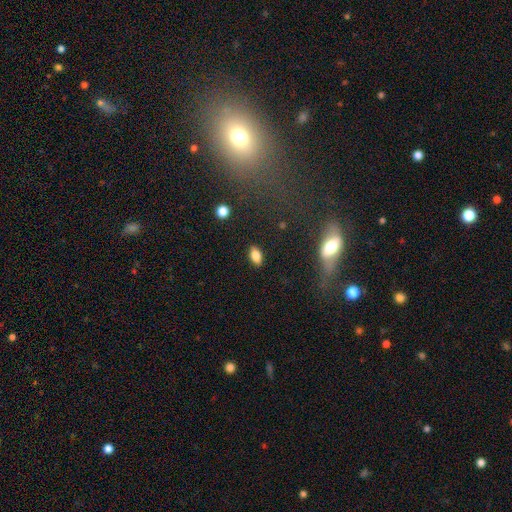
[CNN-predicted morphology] smooth_or_featured: smooth (p=0.83) [alt: star or artifact p=0.09]
how_rounded: in between (p=0.90) [alt: round p=0.05]
merging: none (p=0.87) [alt: minor disturbance p=0.09]